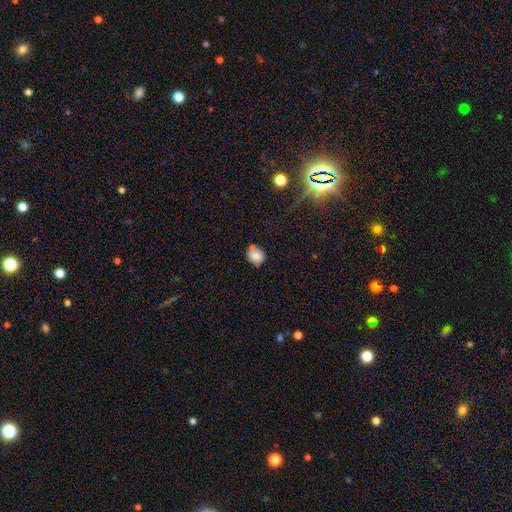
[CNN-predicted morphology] smooth 79%, featured or disk 11%, star or artifact 10%. Down the decision tree: how rounded — round (68%); merging — none (58%).